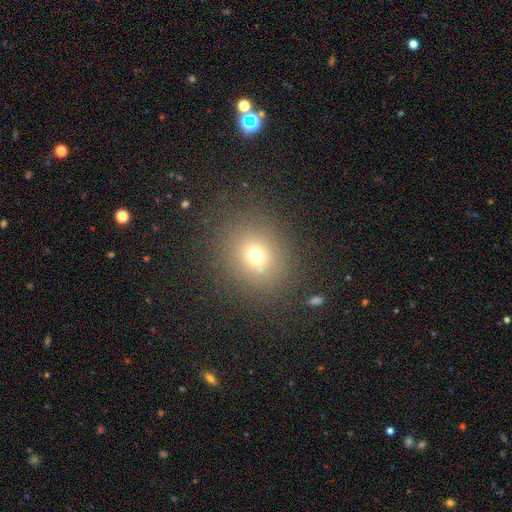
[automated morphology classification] A smooth galaxy with no disk features (70%) that is round (75%). Merging: none (84%).